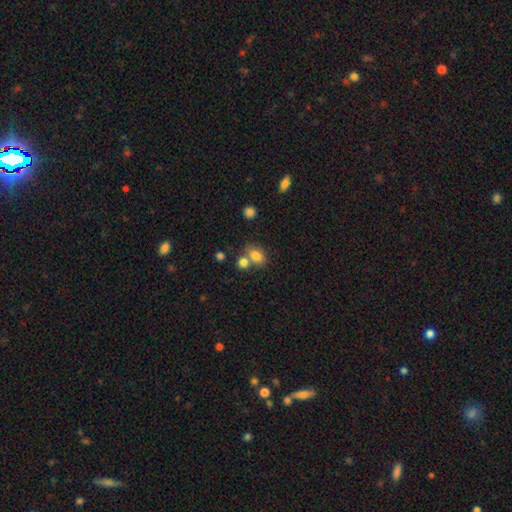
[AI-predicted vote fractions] Q: Smooth or featured?
A: smooth (80%); runner-up: star or artifact (11%)
Q: How rounded?
A: in between (69%); runner-up: round (29%)
Q: Merging?
A: none (50%); runner-up: merger (34%)